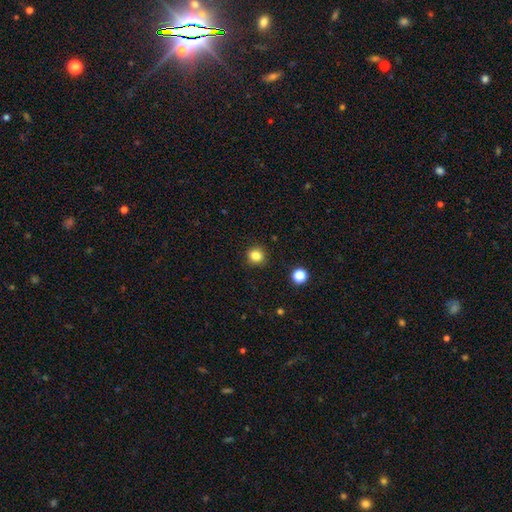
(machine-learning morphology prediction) The model was most divided on "smooth or featured": smooth: 83%, star or artifact: 12%, featured or disk: 5%. More confident: merging — none (90%); how rounded — round (88%).